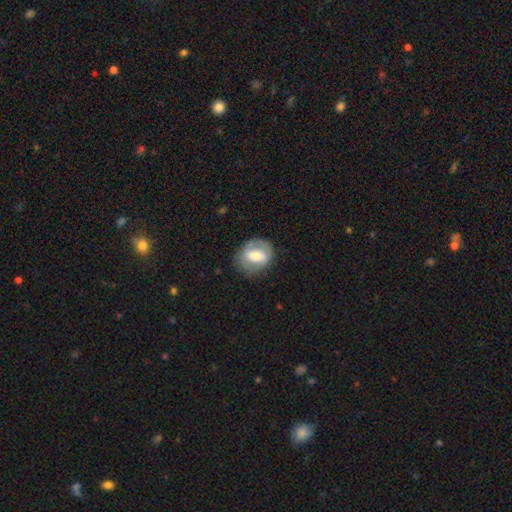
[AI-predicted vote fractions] A smooth galaxy with no disk features (50%).

Vote fractions:
- Smooth or featured? smooth: 50% / featured or disk: 43% / star or artifact: 7%
- Merging? none: 72% / minor disturbance: 18% / major disturbance: 9% / merger: 1%